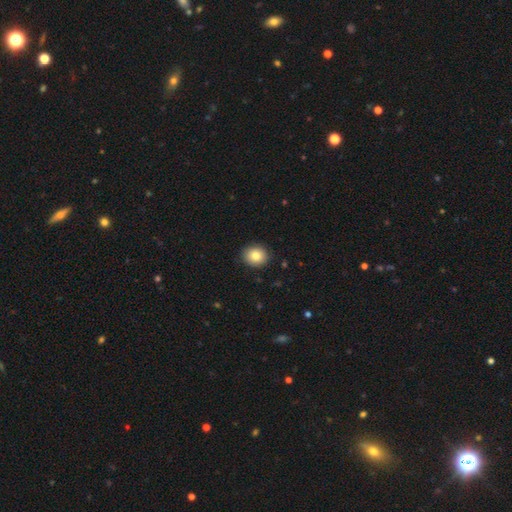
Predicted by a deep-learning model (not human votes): Q: Smooth or featured?
A: smooth (82%); runner-up: featured or disk (9%)
Q: How rounded?
A: round (73%); runner-up: in between (26%)
Q: Merging?
A: none (90%); runner-up: minor disturbance (8%)